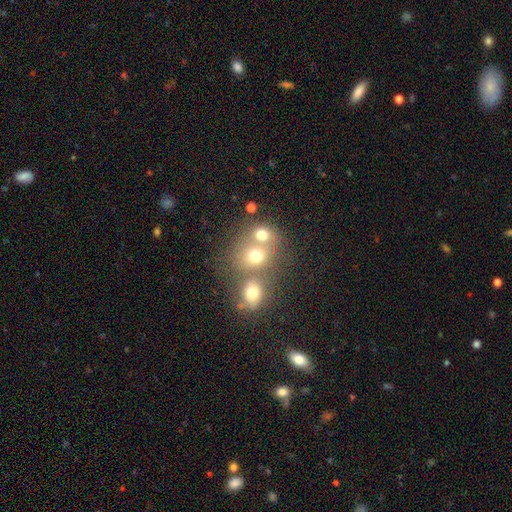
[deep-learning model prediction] Smooth or featured: smooth — 70% (star or artifact — 15%)
How rounded: round — 73% (in between — 26%)
Merging: merger — 48% (none — 40%)